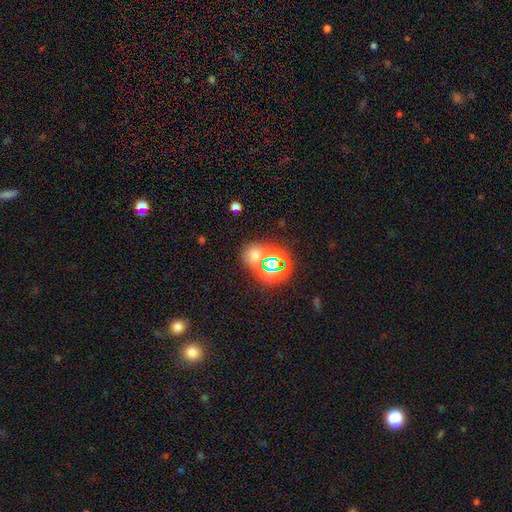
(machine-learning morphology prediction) smooth-or-featured: star or artifact: 51% | smooth: 39% | featured or disk: 10%